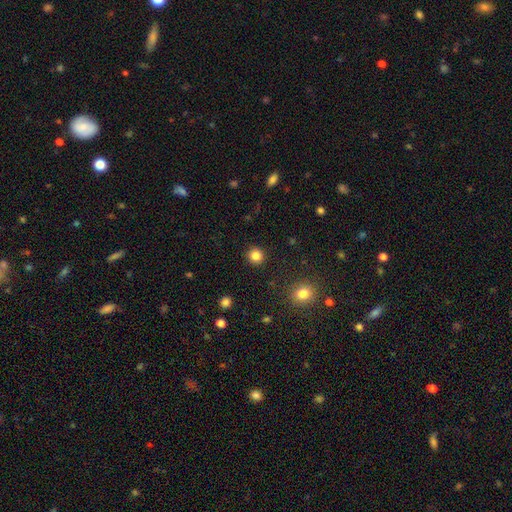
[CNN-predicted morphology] This is clearly a smooth galaxy (84%). How rounded: clearly round (93%). Merging: clearly none (92%).